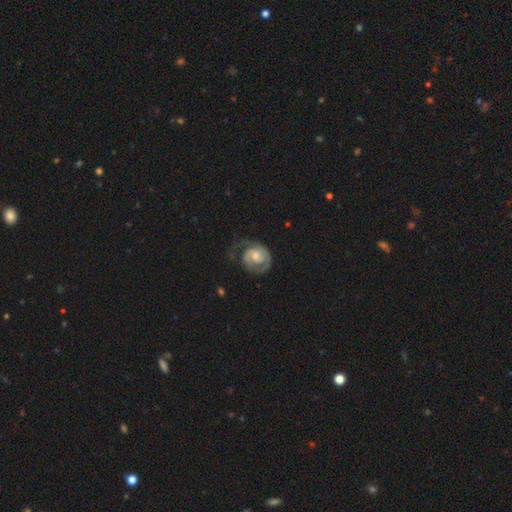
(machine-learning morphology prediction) A featured or disk galaxy (73%) with no bar (69%), 2 (41%) tight (54%) spiral arms (88%) and a moderate central bulge (47%). Merging: none (45%).